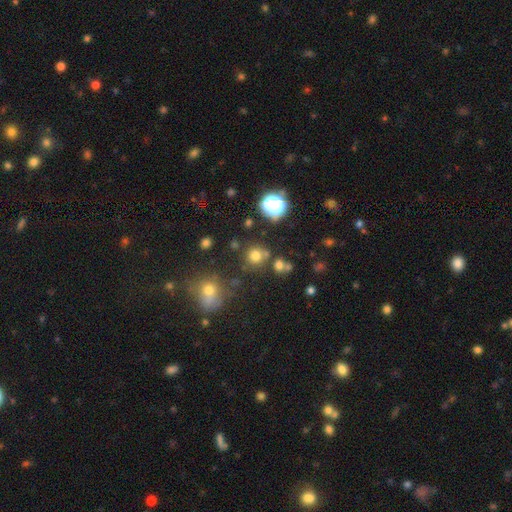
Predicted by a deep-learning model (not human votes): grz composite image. It shows a smooth galaxy with no disk features (70%) that is round (89%). Merging: none (74%).